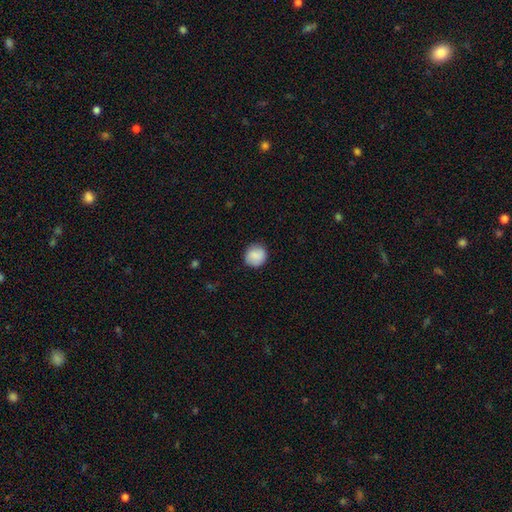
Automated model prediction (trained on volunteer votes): smooth_or_featured: smooth (p=0.88) [alt: star or artifact p=0.07]
how_rounded: round (p=0.91) [alt: in between p=0.08]
merging: none (p=0.87) [alt: minor disturbance p=0.09]